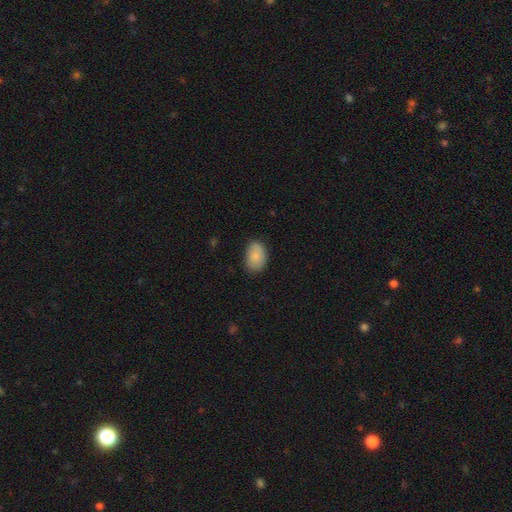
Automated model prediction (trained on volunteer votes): A smooth galaxy with no disk features (84%) that is in between round and cigar-shaped (87%). Merging: none (77%).